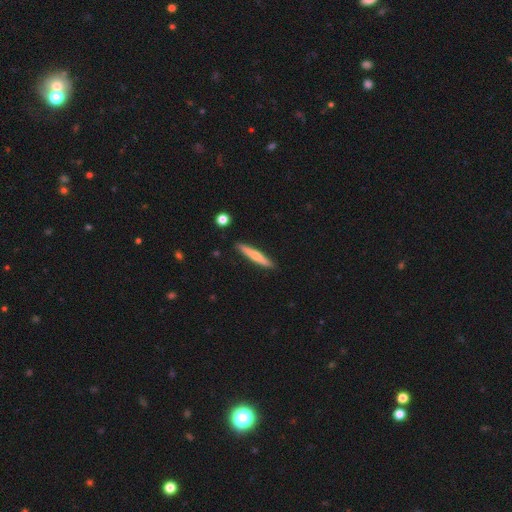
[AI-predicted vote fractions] smooth_or_featured: smooth (p=0.60) [alt: featured or disk p=0.35]
how_rounded: cigar-shaped (p=0.94) [alt: in between p=0.05]
merging: none (p=0.90) [alt: minor disturbance p=0.07]